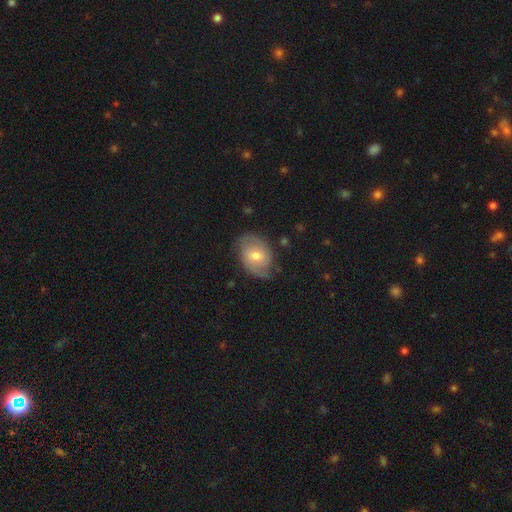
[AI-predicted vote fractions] Smooth or featured? Predicted: featured or disk (p=0.69). Edge-on disk? Predicted: no (p=0.97). Bar? Predicted: weak (p=0.46). Spiral arms? Predicted: yes (p=0.89). Spiral winding? Predicted: medium (p=0.45). Spiral arm count? Predicted: 2 (p=0.86). Bulge size? Predicted: moderate (p=0.65). Merging? Predicted: none (p=0.73).